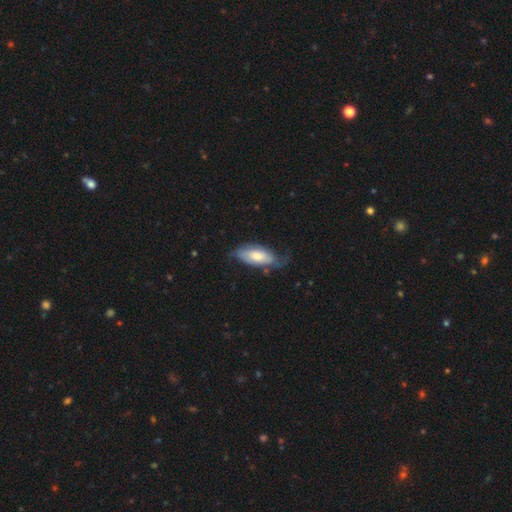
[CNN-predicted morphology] smooth 54%, featured or disk 39%, star or artifact 6%. Down the decision tree: how rounded — in between (82%); merging — none (52%).